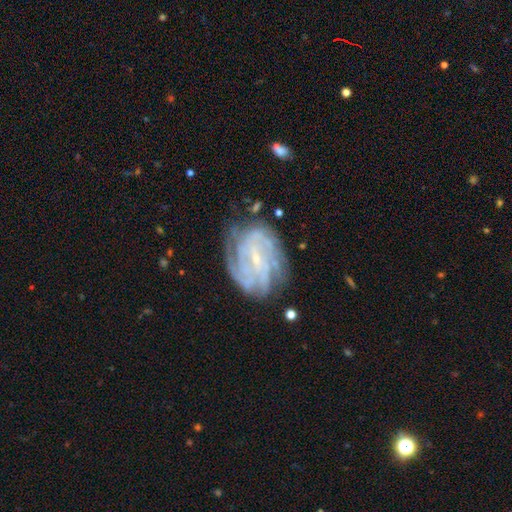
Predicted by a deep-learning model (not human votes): smooth_or_featured: featured or disk (p=0.82) [alt: star or artifact p=0.09]
disk_edge_on: no (p=0.97) [alt: yes p=0.03]
bar: weak (p=0.44) [alt: no p=0.37]
has_spiral_arms: yes (p=0.95) [alt: no p=0.05]
spiral_winding: tight (p=0.64) [alt: medium p=0.29]
spiral_arm_count: can't tell (p=0.30) [alt: 4 p=0.21]
bulge_size: small (p=0.78) [alt: moderate p=0.16]
merging: none (p=0.73) [alt: minor disturbance p=0.18]